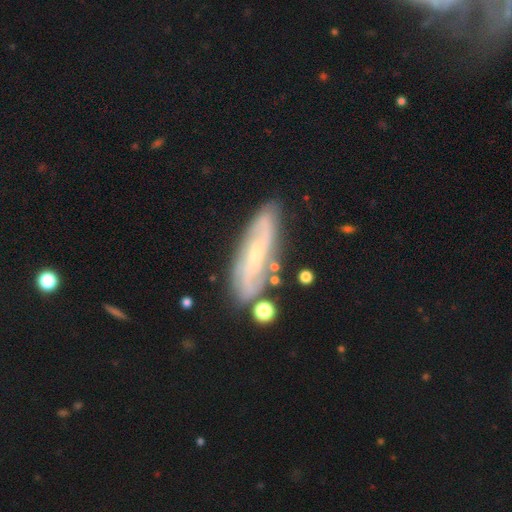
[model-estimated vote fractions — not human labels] smooth-or-featured: featured or disk: 65% | smooth: 27% | star or artifact: 8%
  disk-edge-on: no: 72% | yes: 28%
  merging: none: 75% | minor disturbance: 15% | merger: 6% | major disturbance: 4%